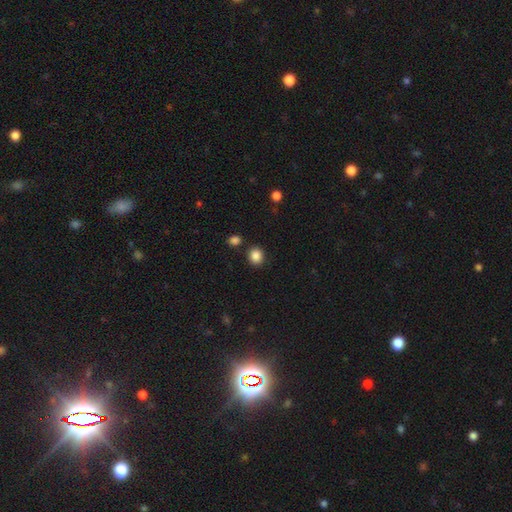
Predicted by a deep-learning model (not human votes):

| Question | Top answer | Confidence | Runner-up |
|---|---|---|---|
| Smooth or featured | smooth | 87% | star or artifact (10%) |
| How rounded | round | 75% | in between (24%) |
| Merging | none | 85% | minor disturbance (8%) |